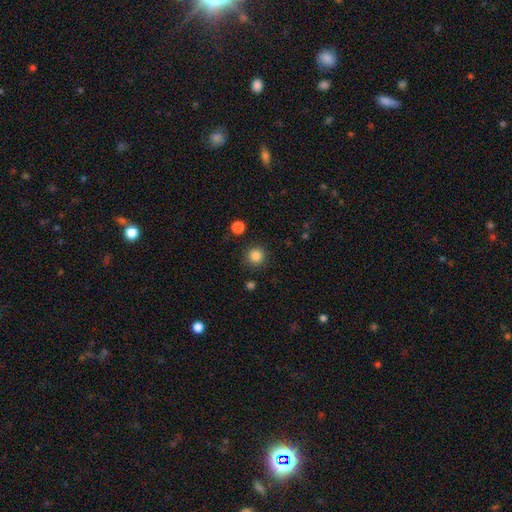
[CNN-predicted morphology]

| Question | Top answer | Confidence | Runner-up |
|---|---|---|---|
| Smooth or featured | smooth | 85% | star or artifact (11%) |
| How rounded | round | 95% | in between (4%) |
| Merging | none | 89% | minor disturbance (6%) |